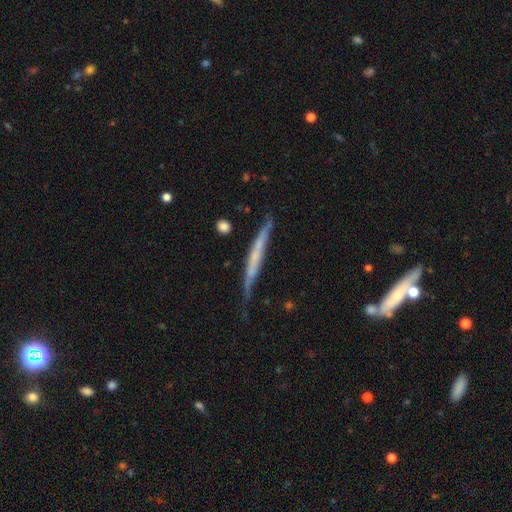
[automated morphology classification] Smooth or featured?
  - featured or disk: 58% *
  - smooth: 35%
  - star or artifact: 7%
Edge-on disk?
  - yes: 92% *
  - no: 8%
Edge-on bulge?
  - none: 72% *
  - rounded: 19%
  - boxy: 10%
Merging?
  - none: 63% *
  - minor disturbance: 26%
  - major disturbance: 7%
  - merger: 3%